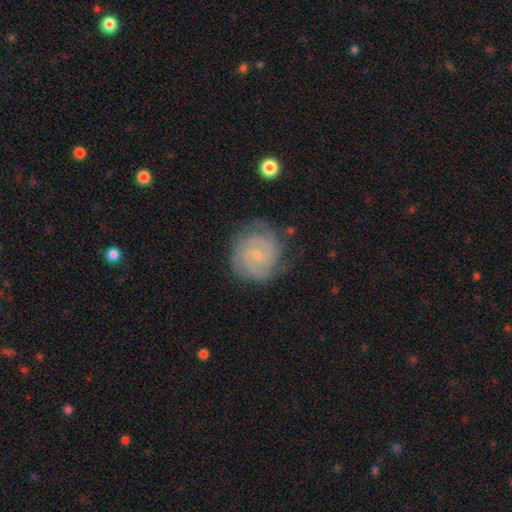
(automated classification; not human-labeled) featured or disk 75%, smooth 17%, star or artifact 8%. Down the decision tree: edge-on disk — no (98%); bar — no (67%); spiral arms — yes (94%); spiral arm count — 2 (36%); spiral winding — tight (70%); bulge size — small (81%); merging — none (75%).